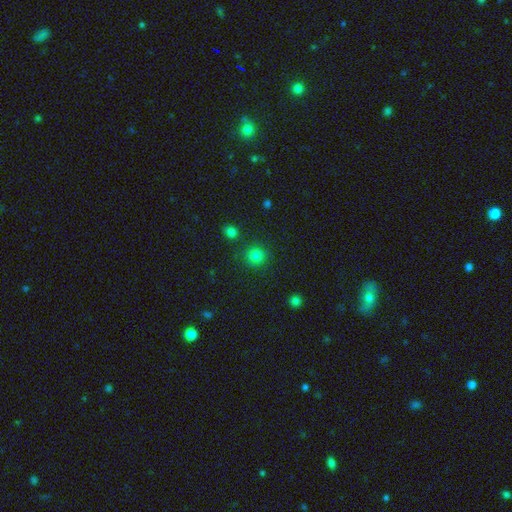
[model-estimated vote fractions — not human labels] smooth_or_featured: smooth (p=0.82) [alt: star or artifact p=0.14]
how_rounded: round (p=0.93) [alt: in between p=0.06]
merging: none (p=0.88) [alt: minor disturbance p=0.06]